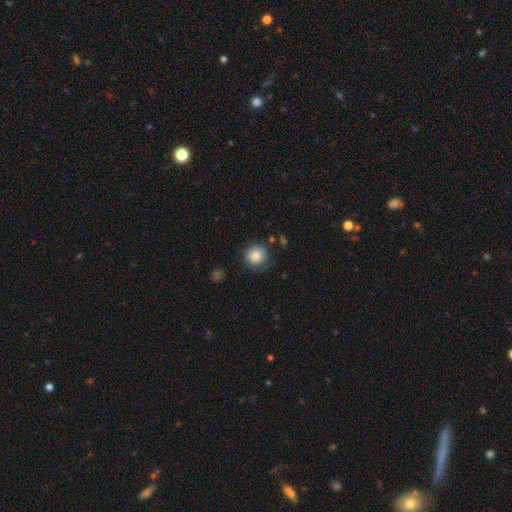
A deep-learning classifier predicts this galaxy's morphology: type=smooth (85%); roundness=round (92%); merging=none (83%).